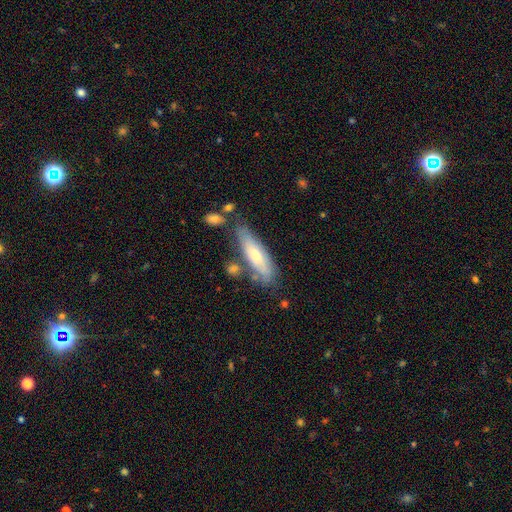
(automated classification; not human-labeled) Smooth or featured? Predicted: smooth (p=0.59). How rounded? Predicted: cigar-shaped (p=0.56). Merging? Predicted: none (p=0.63).